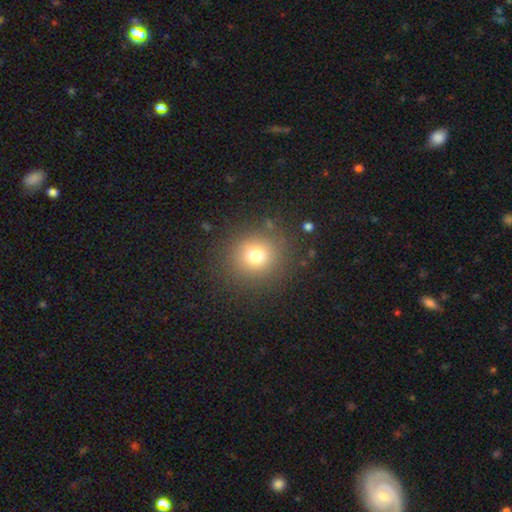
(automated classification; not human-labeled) A smooth galaxy with no disk features (74%) that is round (90%). Merging: none (86%).